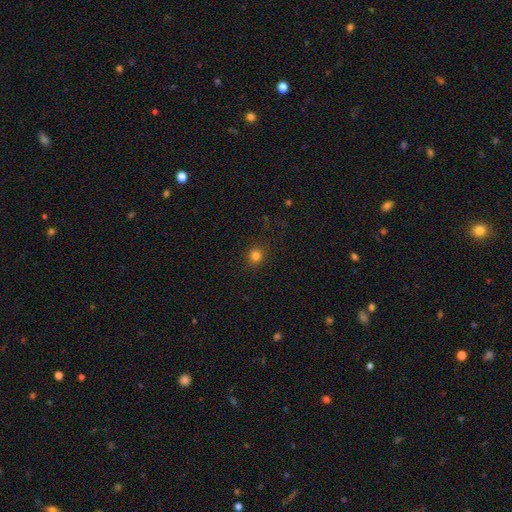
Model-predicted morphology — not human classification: Smooth or featured: smooth — 81% (star or artifact — 14%)
How rounded: round — 90% (in between — 9%)
Merging: none — 89% (minor disturbance — 8%)